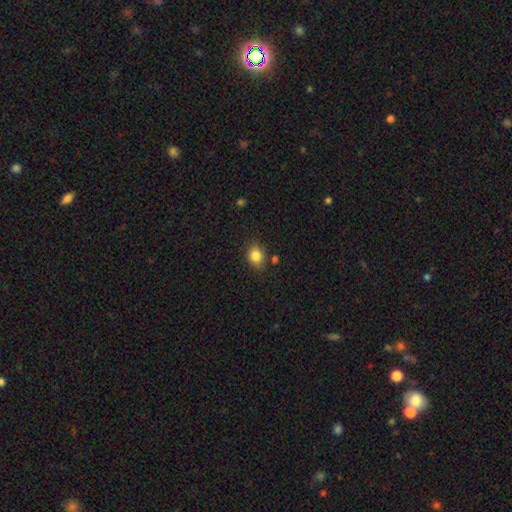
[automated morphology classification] Smooth or featured: smooth — 83% (star or artifact — 11%)
How rounded: round — 60% (in between — 39%)
Merging: none — 80% (minor disturbance — 13%)